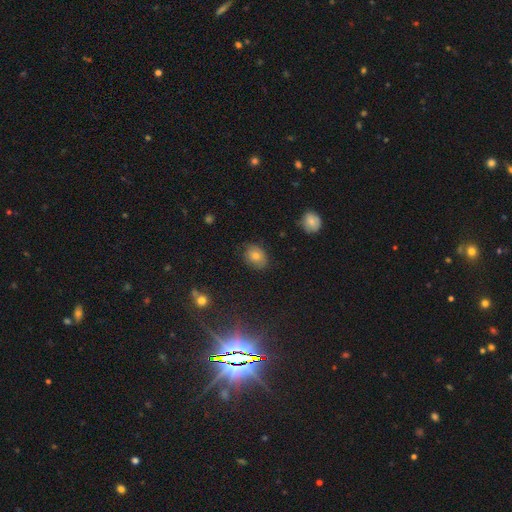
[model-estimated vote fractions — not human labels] Smooth or featured? Predicted: smooth (p=0.69). How rounded? Predicted: in between (p=0.58). Merging? Predicted: none (p=0.80).